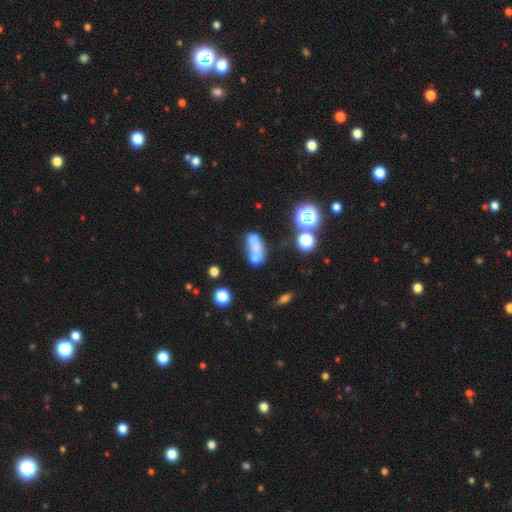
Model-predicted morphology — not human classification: Q: Smooth or featured?
A: smooth (56%); runner-up: featured or disk (27%)
Q: How rounded?
A: in between (73%); runner-up: round (14%)
Q: Merging?
A: merger (45%); runner-up: none (25%)